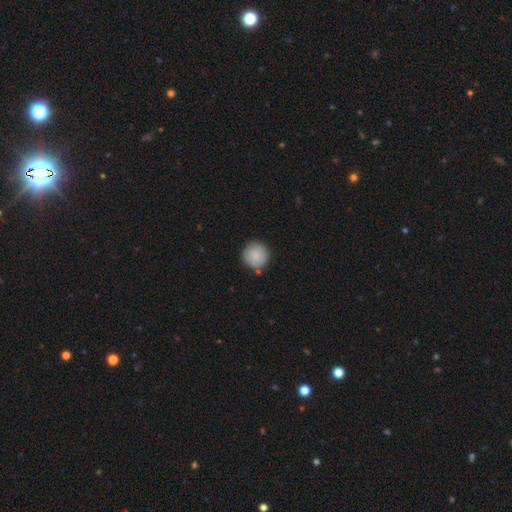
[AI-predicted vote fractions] Q: Smooth or featured?
A: smooth (87%); runner-up: star or artifact (7%)
Q: How rounded?
A: round (94%); runner-up: in between (5%)
Q: Merging?
A: none (80%); runner-up: minor disturbance (13%)